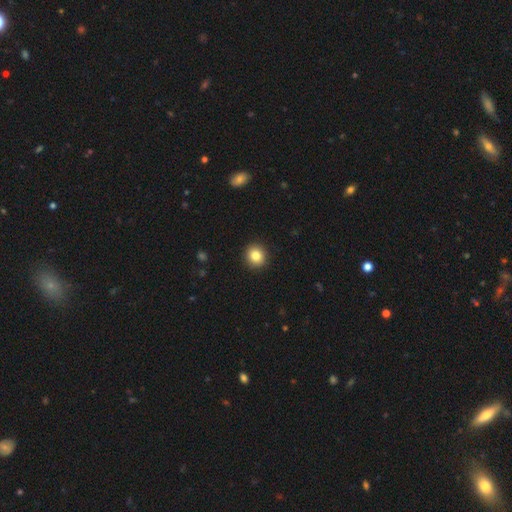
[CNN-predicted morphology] Smooth or featured?
  - smooth: 84% *
  - star or artifact: 10%
  - featured or disk: 6%
How rounded?
  - round: 88% *
  - in between: 11%
  - cigar-shaped: 1%
Merging?
  - none: 92% *
  - minor disturbance: 5%
  - major disturbance: 2%
  - merger: 1%